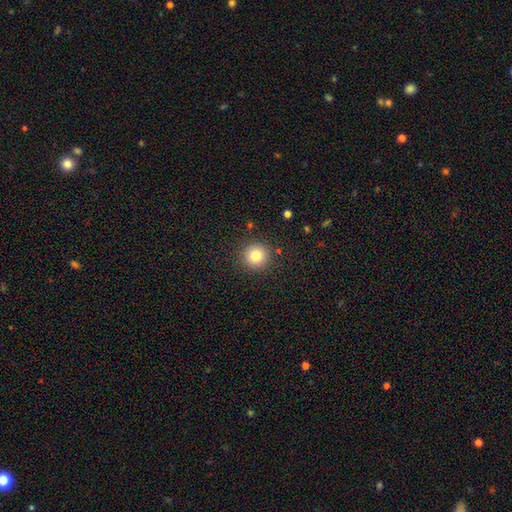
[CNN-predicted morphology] A smooth galaxy with no disk features (81%) that is round (95%). Merging: none (90%).